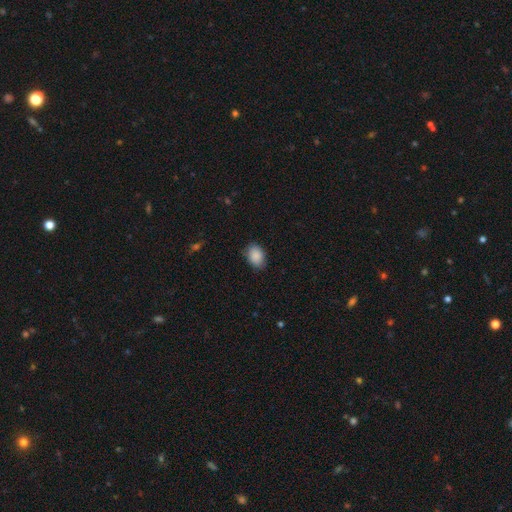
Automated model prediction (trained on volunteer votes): This is clearly a smooth galaxy (90%). How rounded: clearly in between (80%). Merging: clearly none (82%).